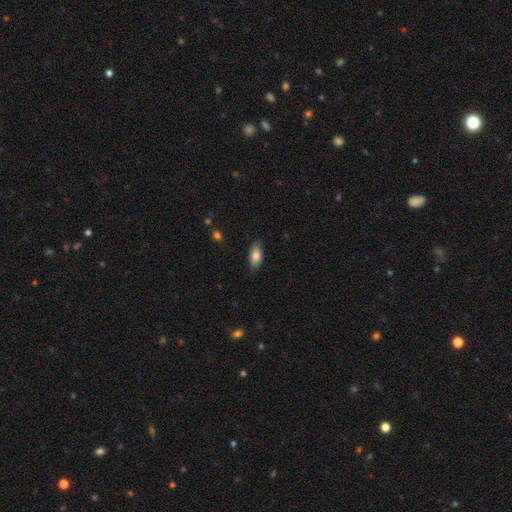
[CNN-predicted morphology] The model was most divided on "smooth or featured": smooth: 79%, featured or disk: 15%, star or artifact: 6%. More confident: merging — none (85%); how rounded — in between (83%).